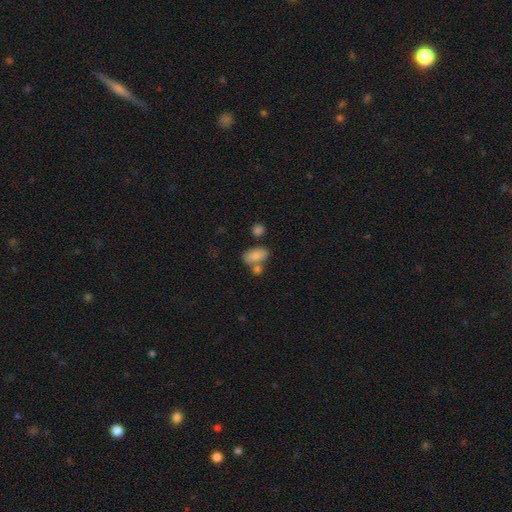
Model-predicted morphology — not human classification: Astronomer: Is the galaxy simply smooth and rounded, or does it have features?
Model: smooth — 82%.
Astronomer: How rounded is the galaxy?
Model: in between — 90%.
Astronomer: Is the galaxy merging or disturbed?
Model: none — 51% (runner-up: merger, 29%).